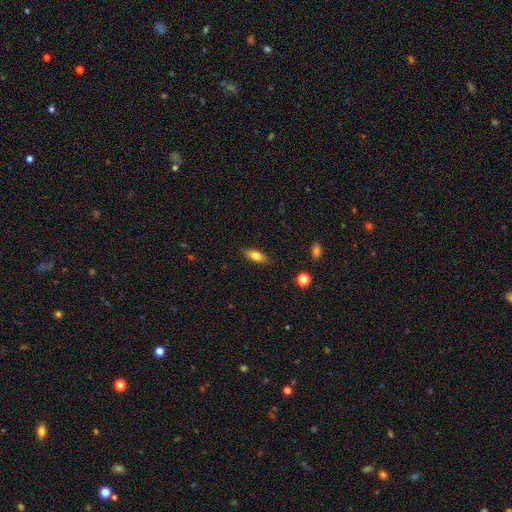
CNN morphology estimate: smooth 77%, featured or disk 15%, star or artifact 8%. Down the decision tree: how rounded — in between (76%); merging — none (86%).